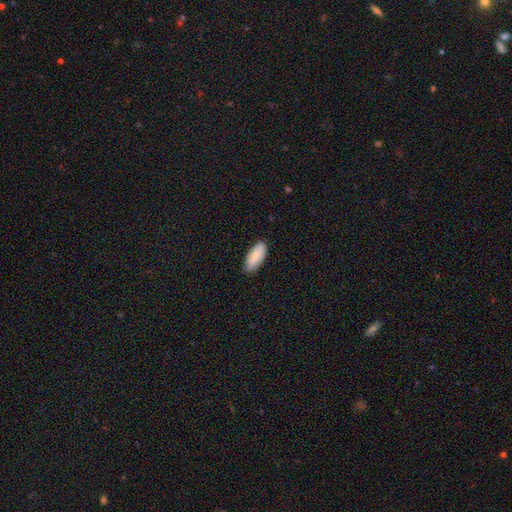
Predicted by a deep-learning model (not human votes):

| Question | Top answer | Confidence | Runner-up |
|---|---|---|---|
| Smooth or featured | smooth | 82% | featured or disk (12%) |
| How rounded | in between | 87% | cigar-shaped (11%) |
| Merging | none | 83% | minor disturbance (14%) |